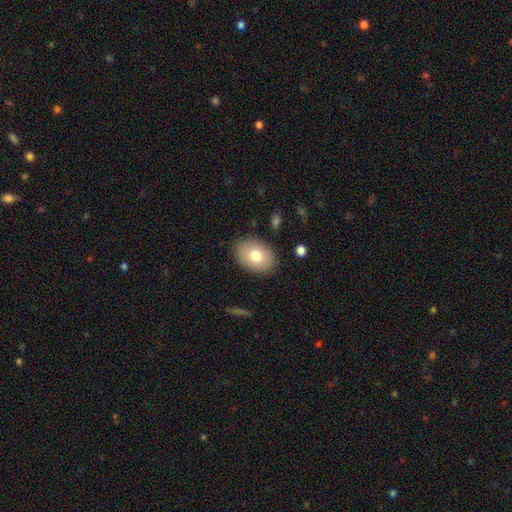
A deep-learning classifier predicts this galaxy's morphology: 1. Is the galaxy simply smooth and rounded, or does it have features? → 75% smooth, 17% featured or disk, 7% star or artifact.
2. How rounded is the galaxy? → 79% in between, 20% round, 1% cigar-shaped.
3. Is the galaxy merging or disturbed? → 86% none, 10% minor disturbance, 3% major disturbance, 1% merger.